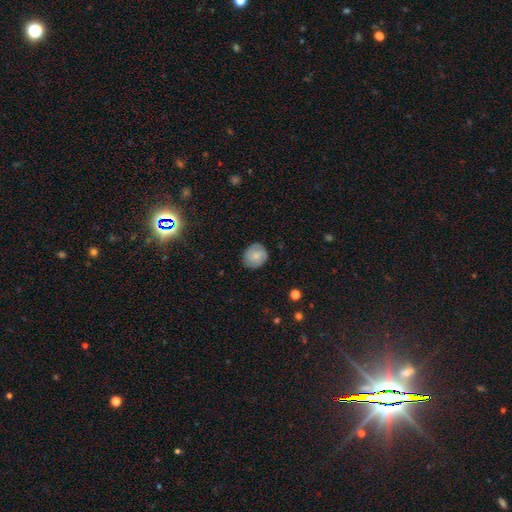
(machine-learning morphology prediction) smooth-or-featured: smooth: 59% | featured or disk: 33% | star or artifact: 8%
  how-rounded: round: 77% | in between: 22% | cigar-shaped: 1%
  merging: none: 82% | minor disturbance: 14% | major disturbance: 3% | merger: 1%